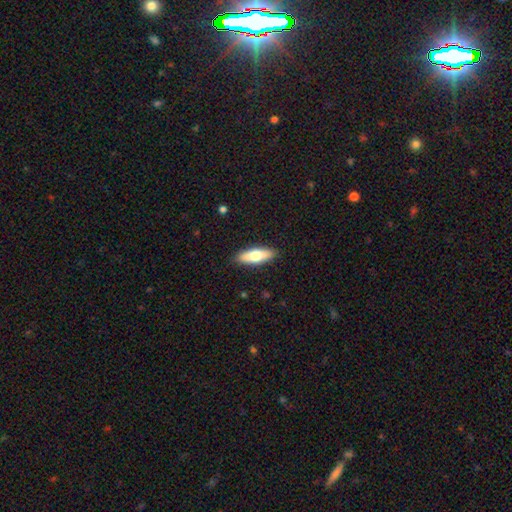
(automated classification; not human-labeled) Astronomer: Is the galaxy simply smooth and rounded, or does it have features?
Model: smooth — 65%.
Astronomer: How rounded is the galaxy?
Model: in between — 57% (runner-up: cigar-shaped, 41%).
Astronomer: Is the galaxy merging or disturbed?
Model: none — 89%.